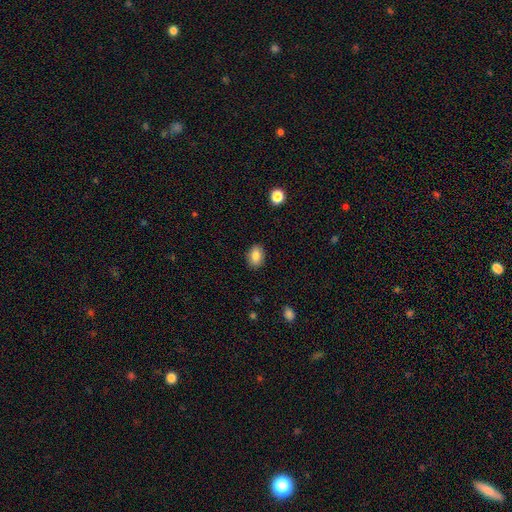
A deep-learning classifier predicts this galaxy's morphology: smooth_or_featured: smooth (p=0.85) [alt: star or artifact p=0.08]
how_rounded: in between (p=0.77) [alt: round p=0.22]
merging: none (p=0.87) [alt: minor disturbance p=0.09]